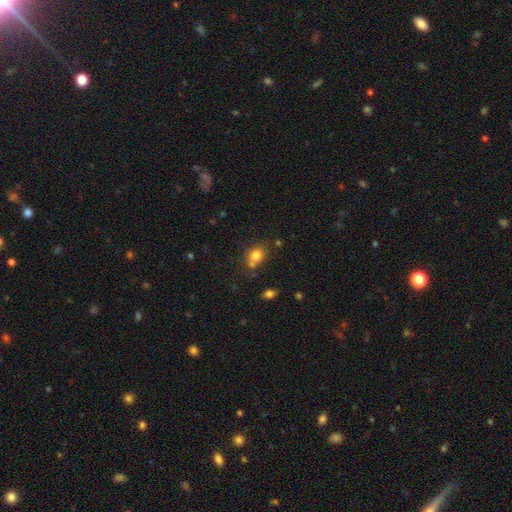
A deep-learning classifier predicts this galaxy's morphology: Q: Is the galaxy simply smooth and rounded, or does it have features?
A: smooth — 78%.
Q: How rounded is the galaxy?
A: round — 54%.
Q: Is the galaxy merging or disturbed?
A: none — 54%.